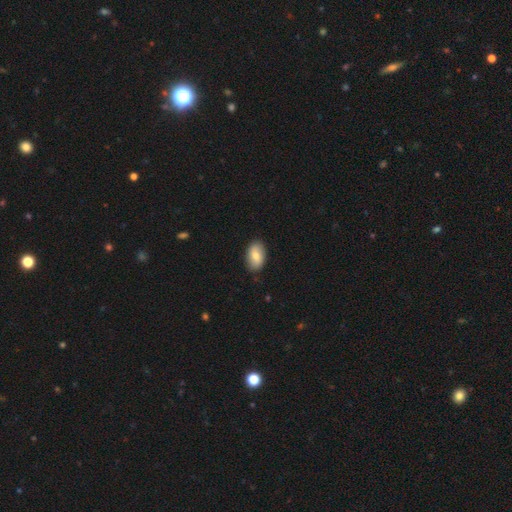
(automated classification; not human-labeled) Morphology: type=smooth (76%); roundness=in between (92%); merging=none (87%).